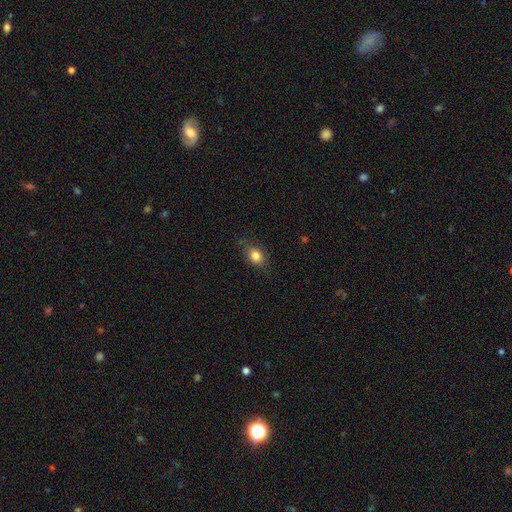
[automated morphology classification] The model was most divided on "how rounded": in between: 72%, round: 27%, cigar-shaped: 2%. More confident: smooth or featured — smooth (82%); merging — none (77%).